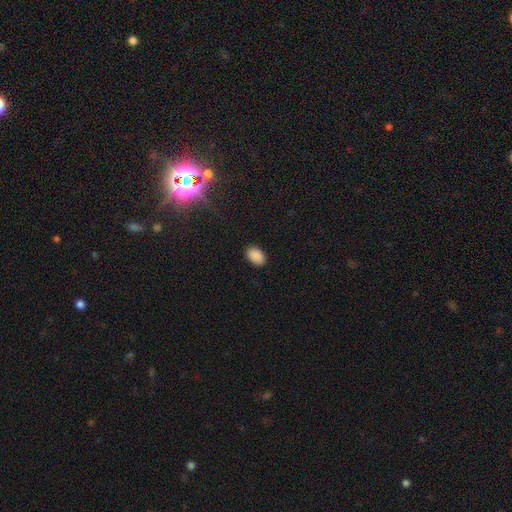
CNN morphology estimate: Overall: smooth (89%). How rounded: in between (89%). Merging: none (89%).